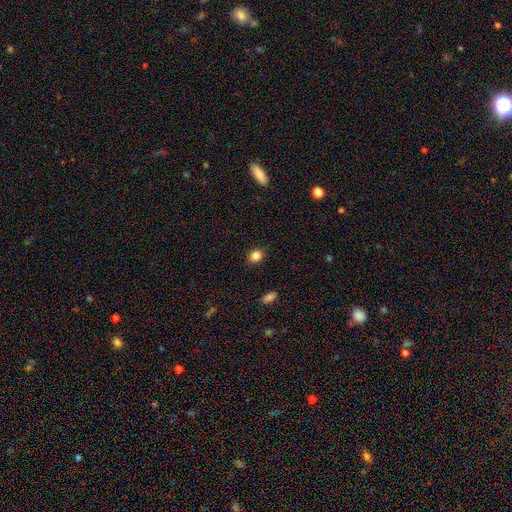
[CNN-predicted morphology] Q: Smooth or featured?
A: smooth (85%); runner-up: star or artifact (11%)
Q: How rounded?
A: round (52%); runner-up: in between (47%)
Q: Merging?
A: none (87%); runner-up: minor disturbance (10%)